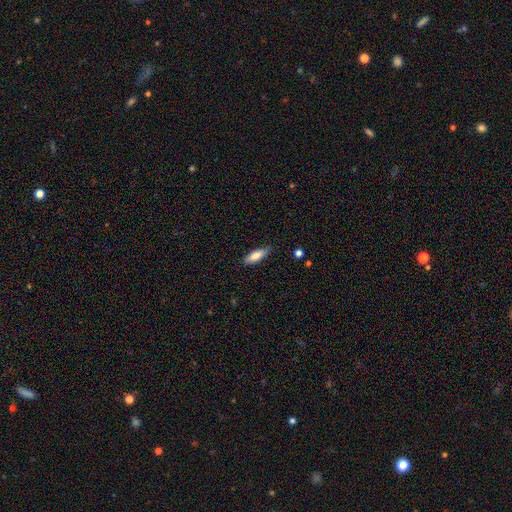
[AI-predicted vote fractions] Q: Smooth or featured?
A: smooth (79%); runner-up: featured or disk (15%)
Q: How rounded?
A: in between (57%); runner-up: cigar-shaped (41%)
Q: Merging?
A: none (76%); runner-up: minor disturbance (19%)